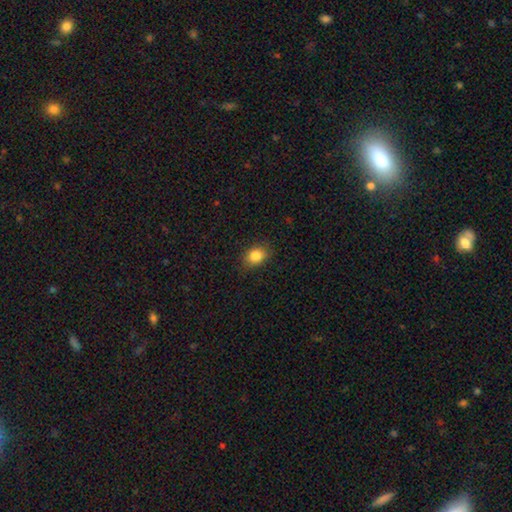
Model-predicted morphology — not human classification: Overall: smooth (84%). How rounded: in between (59%; round 40%). Merging: none (84%).